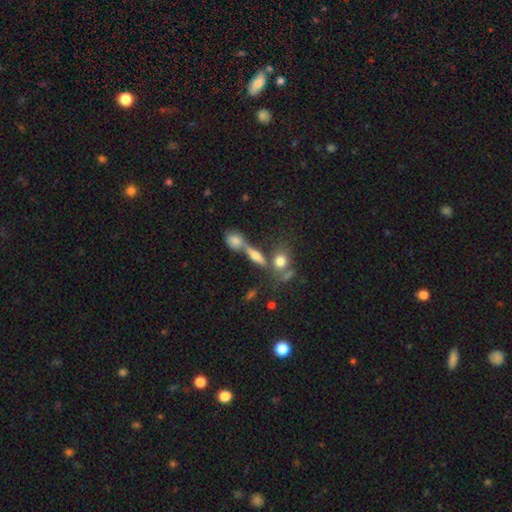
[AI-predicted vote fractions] Smooth or featured? Predicted: smooth (p=0.54). How rounded? Predicted: in between (p=0.44). Merging? Predicted: none (p=0.46).